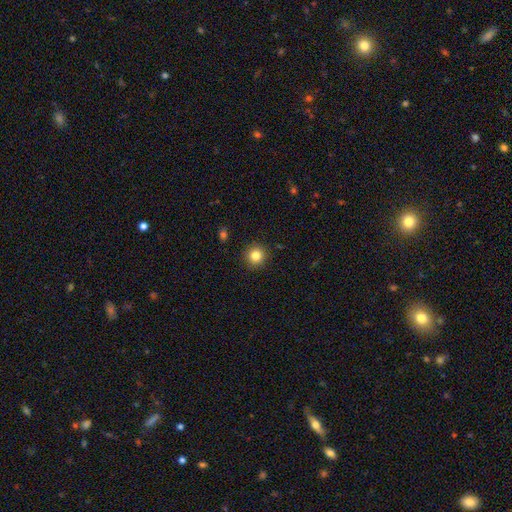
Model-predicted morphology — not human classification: Smooth or featured? Predicted: smooth (p=0.83). How rounded? Predicted: round (p=0.94). Merging? Predicted: none (p=0.92).